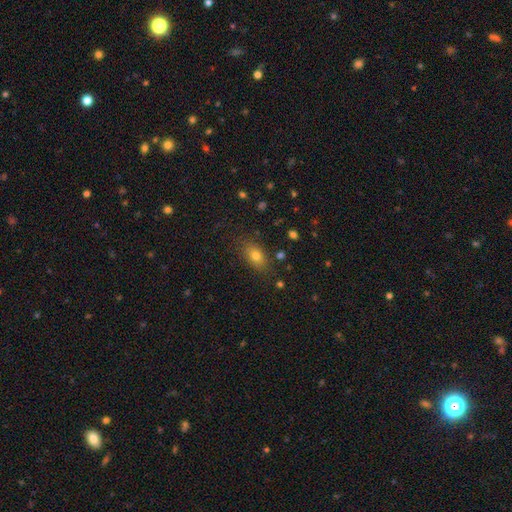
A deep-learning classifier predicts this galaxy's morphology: smooth-or-featured: smooth: 75% | star or artifact: 14% | featured or disk: 11%
  how-rounded: in between: 78% | round: 18% | cigar-shaped: 4%
  merging: none: 82% | minor disturbance: 12% | major disturbance: 4% | merger: 2%